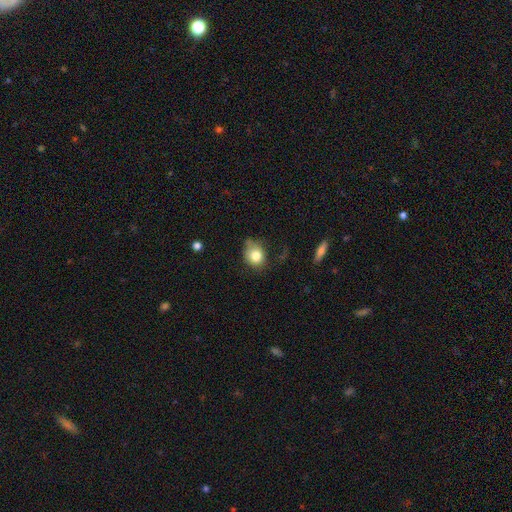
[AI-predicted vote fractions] Smooth or featured: smooth — 79% (featured or disk — 11%)
How rounded: round — 62% (in between — 37%)
Merging: none — 51% (minor disturbance — 33%)